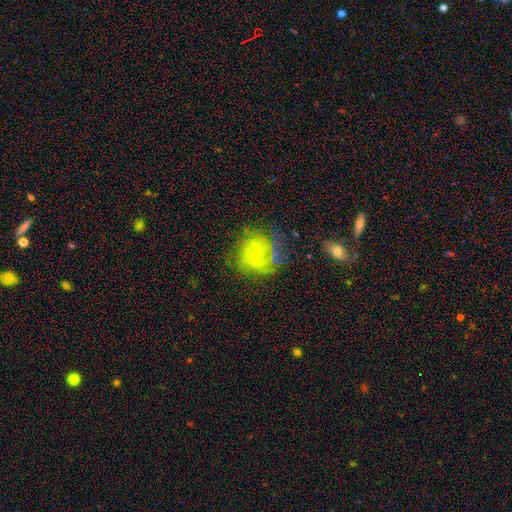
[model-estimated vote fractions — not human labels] This appears to be a featured or disk galaxy (69%) with no bar (48%), 2 (48%) medium (44%) spiral arms (89%) and a small central bulge (72%). Merging: none (62%).